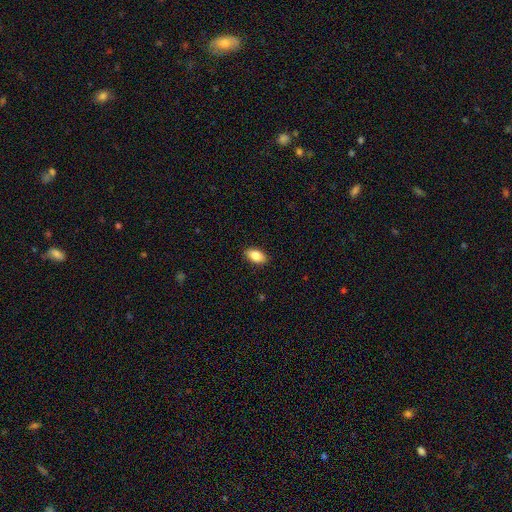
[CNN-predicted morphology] Smooth or featured? Predicted: smooth (p=0.87). How rounded? Predicted: in between (p=0.92). Merging? Predicted: none (p=0.89).